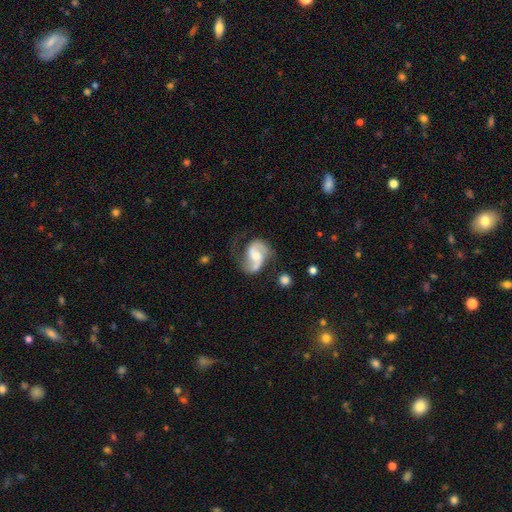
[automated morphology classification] This appears to be a featured or disk galaxy (83%) with a weak bar (44%), 2 (88%) medium (49%) spiral arms (95%) and a moderate central bulge (55%). Merging: none (55%).